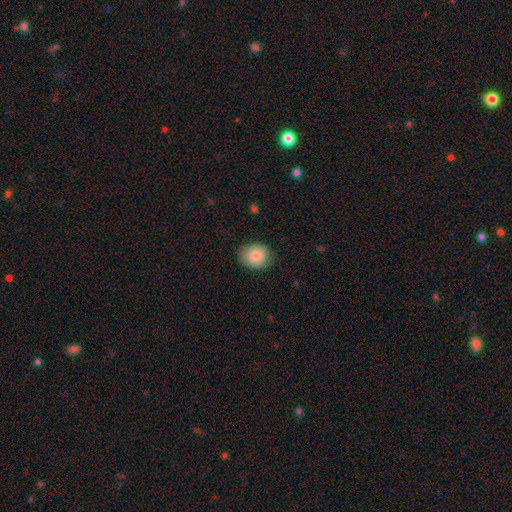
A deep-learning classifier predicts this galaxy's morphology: This is clearly a smooth galaxy (84%). How rounded: possibly round (50%). Merging: likely none (78%).